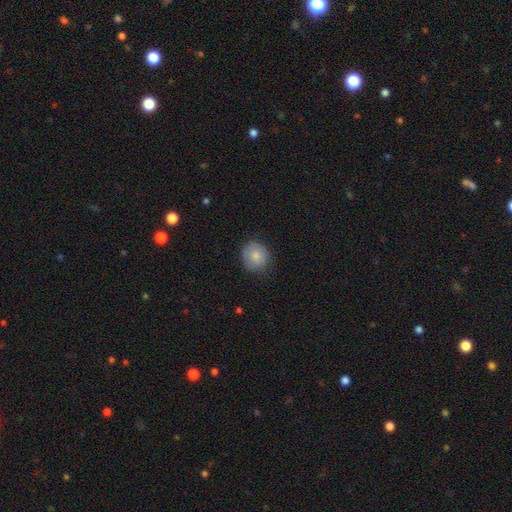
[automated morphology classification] Smooth or featured: smooth — 82% (featured or disk — 10%)
How rounded: round — 86% (in between — 13%)
Merging: none — 80% (minor disturbance — 16%)